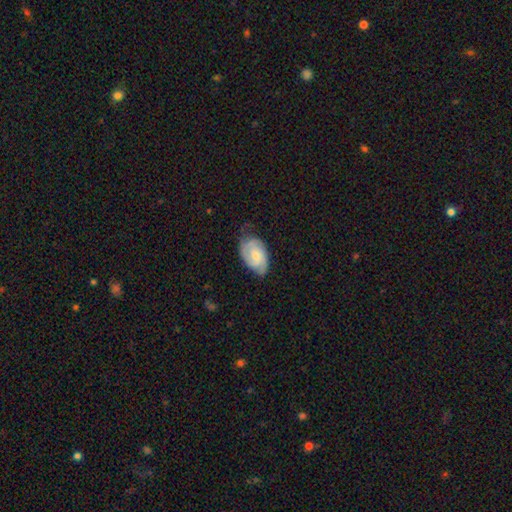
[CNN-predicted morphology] Smooth or featured? Predicted: featured or disk (p=0.70). Edge-on disk? Predicted: no (p=0.97). Bar? Predicted: no (p=0.63). Spiral arms? Predicted: yes (p=0.93). Spiral winding? Predicted: tight (p=0.52). Spiral arm count? Predicted: 2 (p=0.59). Bulge size? Predicted: small (p=0.50). Merging? Predicted: none (p=0.58).